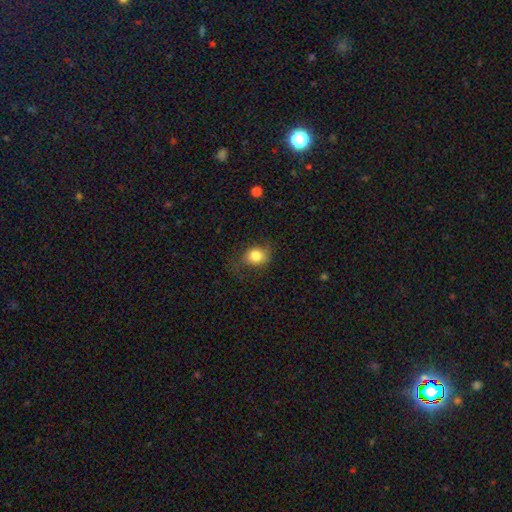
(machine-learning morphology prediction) A smooth galaxy with no disk features (81%) that is round (55%). Merging: none (63%).